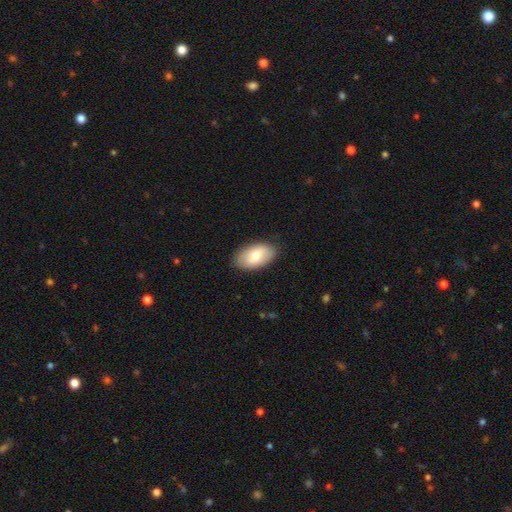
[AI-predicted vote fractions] smooth 74%, featured or disk 20%, star or artifact 6%. Down the decision tree: how rounded — in between (94%); merging — none (86%).